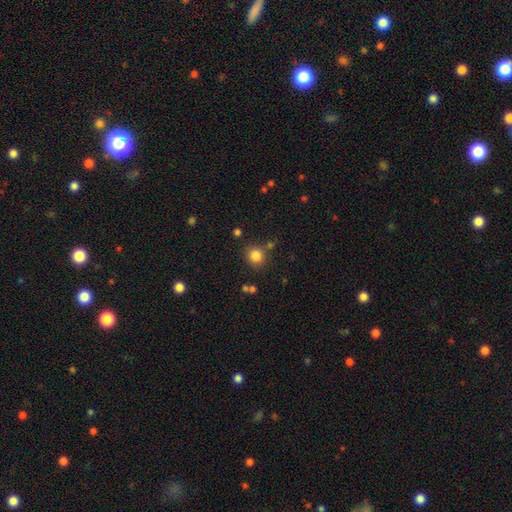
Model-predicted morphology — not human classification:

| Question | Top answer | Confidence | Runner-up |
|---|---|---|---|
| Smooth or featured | smooth | 83% | star or artifact (12%) |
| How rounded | round | 87% | in between (13%) |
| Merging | none | 80% | minor disturbance (10%) |